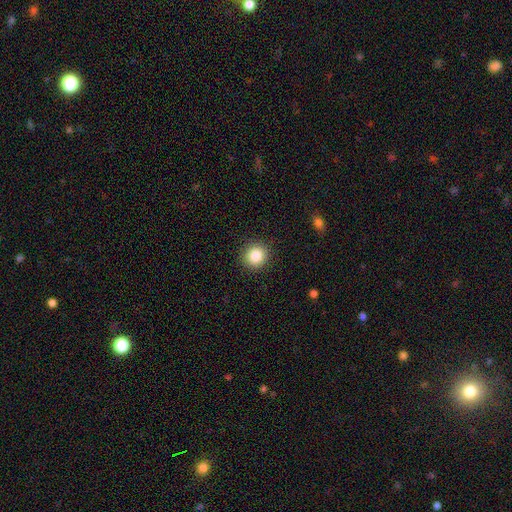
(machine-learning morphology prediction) Overall: smooth (86%). How rounded: round (90%). Merging: none (91%).